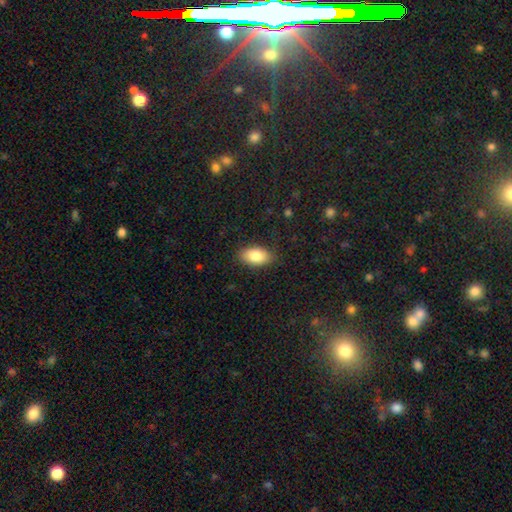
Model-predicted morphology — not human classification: smooth 83%, featured or disk 10%, star or artifact 7%. Down the decision tree: how rounded — in between (93%); merging — none (85%).